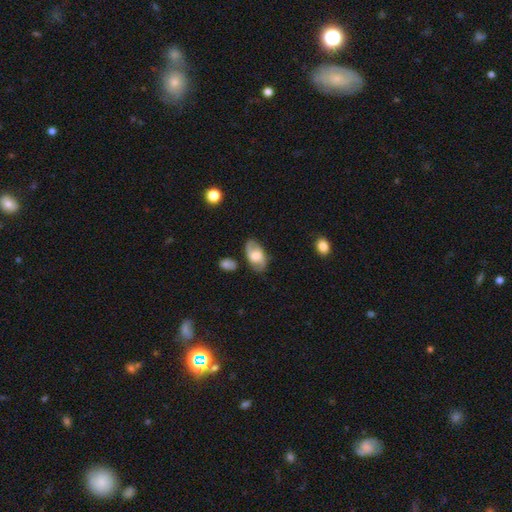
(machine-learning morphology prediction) featured or disk 51%, smooth 42%, star or artifact 7%. Down the decision tree: edge-on disk — no (93%); merging — none (73%).